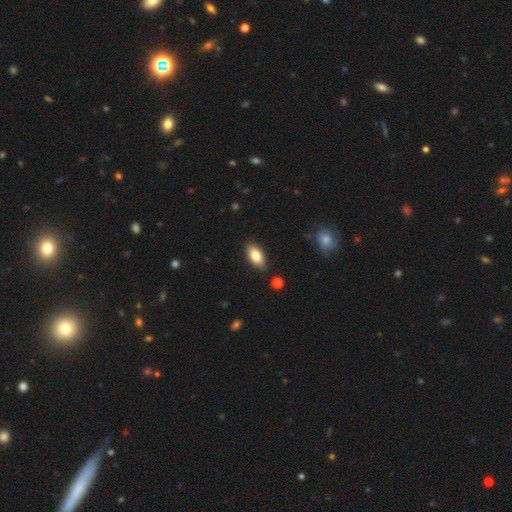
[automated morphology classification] smooth_or_featured: smooth (p=0.81) [alt: featured or disk p=0.12]
how_rounded: in between (p=0.90) [alt: cigar-shaped p=0.06]
merging: none (p=0.86) [alt: minor disturbance p=0.11]